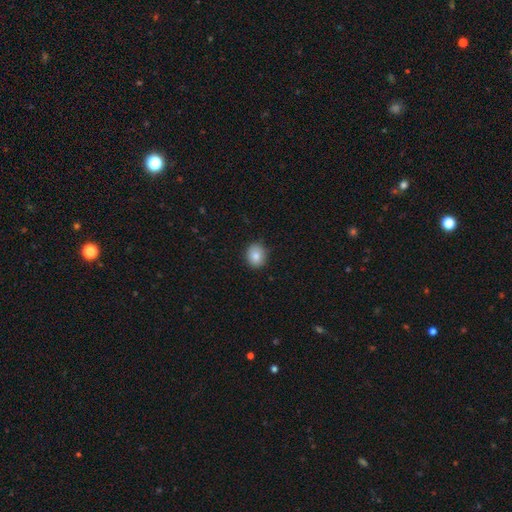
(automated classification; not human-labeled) This appears to be a smooth galaxy with no disk features (84%) that is round (71%). Merging: none (86%).